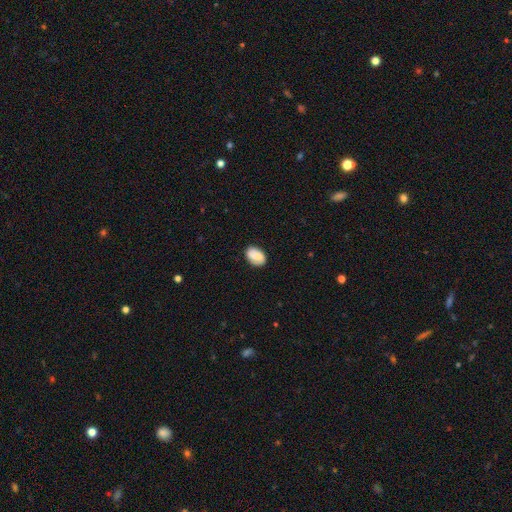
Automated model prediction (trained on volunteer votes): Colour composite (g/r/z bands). It shows a smooth galaxy with no disk features (76%) that is in between round and cigar-shaped (85%). Merging: none (82%).